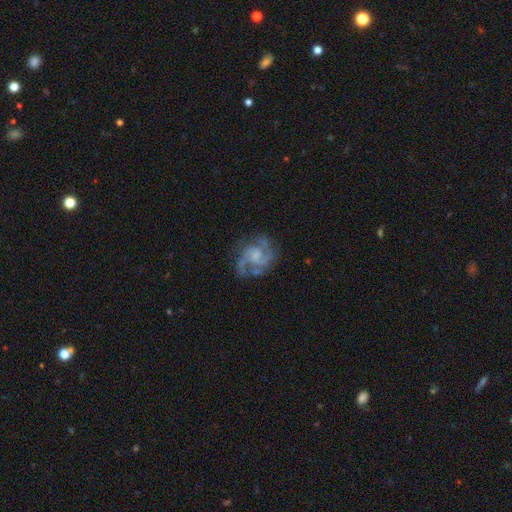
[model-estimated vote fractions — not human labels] A featured or disk galaxy (86%) with no bar (48%), 2 (60%) medium (56%) spiral arms (96%) and no central bulge (32%).

Vote fractions:
- Smooth or featured? featured or disk: 86% / smooth: 8% / star or artifact: 6%
- Edge-on disk? no: 98% / yes: 2%
- Bar? no: 48% / weak: 43% / strong: 8%
- Spiral arms? yes: 96% / no: 4%
- Spiral winding? medium: 56% / tight: 26% / loose: 18%
- Spiral arm count? 2: 60% / 3: 21% / can't tell: 9% / 4: 3% / 1: 3% / more than 4: 3%
- Bulge size? none: 32% / moderate: 31% / small: 30% / large: 6% / dominant: 1%
- Merging? none: 67% / minor disturbance: 18% / major disturbance: 12% / merger: 2%